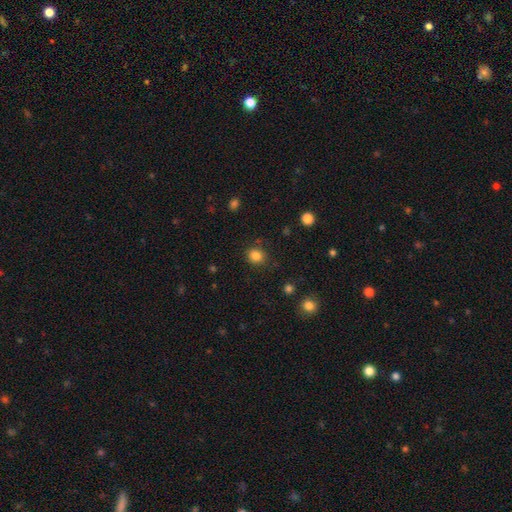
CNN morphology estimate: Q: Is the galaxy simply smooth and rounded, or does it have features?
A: smooth — 84%.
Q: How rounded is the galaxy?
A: round — 78%.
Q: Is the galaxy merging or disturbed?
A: none — 84%.